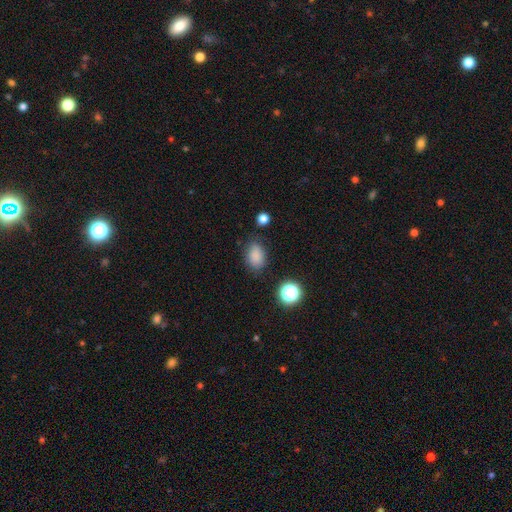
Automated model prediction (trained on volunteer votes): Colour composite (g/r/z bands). It shows a smooth galaxy with no disk features (83%) that is in between round and cigar-shaped (76%). Merging: none (73%).